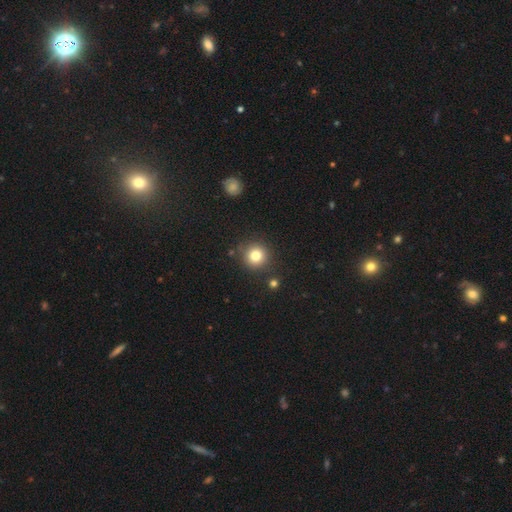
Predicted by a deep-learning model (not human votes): smooth-or-featured: smooth: 80% | star or artifact: 12% | featured or disk: 7%
  how-rounded: round: 94% | in between: 5% | cigar-shaped: 1%
  merging: none: 86% | minor disturbance: 8% | merger: 4% | major disturbance: 3%